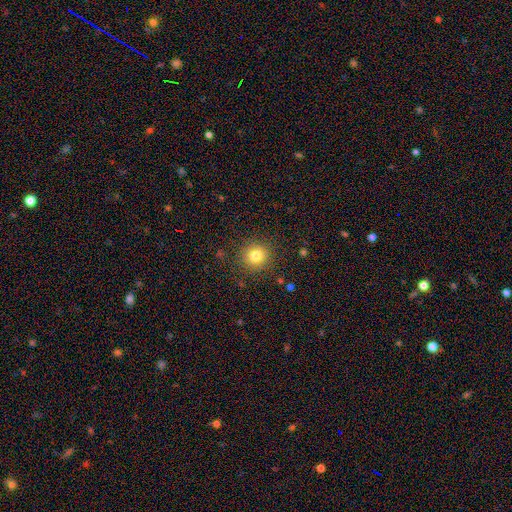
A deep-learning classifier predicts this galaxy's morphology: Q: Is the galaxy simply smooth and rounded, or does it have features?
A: smooth — 80%.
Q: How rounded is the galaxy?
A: round — 92%.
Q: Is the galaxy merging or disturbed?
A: none — 89%.